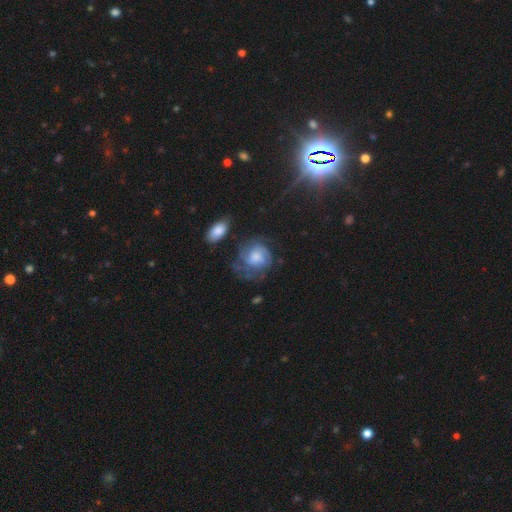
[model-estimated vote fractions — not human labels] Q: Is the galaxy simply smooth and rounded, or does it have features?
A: featured or disk — 61%.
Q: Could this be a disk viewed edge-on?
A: no — 97%.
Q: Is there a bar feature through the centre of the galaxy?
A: no — 70%.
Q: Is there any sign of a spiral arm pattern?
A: yes — 84%.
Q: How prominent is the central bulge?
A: moderate — 43%.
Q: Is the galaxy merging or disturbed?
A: none — 56%.